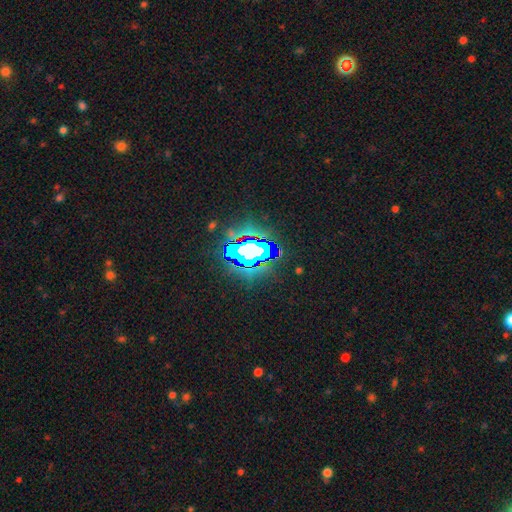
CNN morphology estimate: smooth_or_featured: star or artifact (p=0.61) [alt: featured or disk p=0.20]